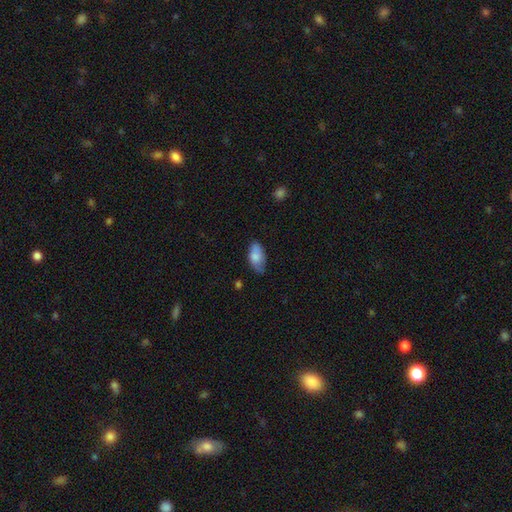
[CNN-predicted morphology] The model was most divided on "merging": none: 67%, minor disturbance: 27%, major disturbance: 4%, merger: 2%. More confident: how rounded — in between (92%); smooth or featured — smooth (80%).